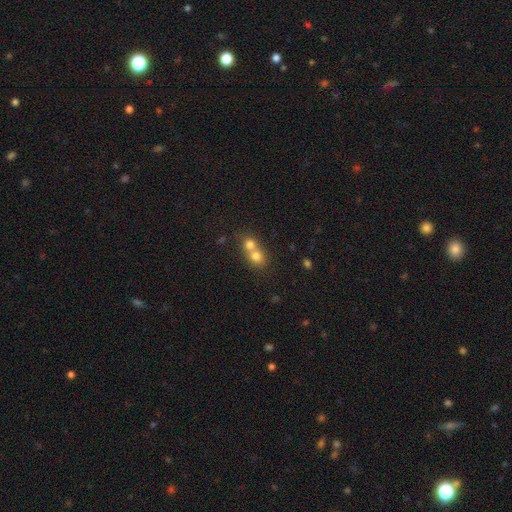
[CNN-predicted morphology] Smooth or featured?
  - smooth: 74% *
  - featured or disk: 15%
  - star or artifact: 11%
How rounded?
  - round: 76% *
  - in between: 23%
  - cigar-shaped: 1%
Merging?
  - merger: 69% *
  - none: 25%
  - minor disturbance: 4%
  - major disturbance: 2%